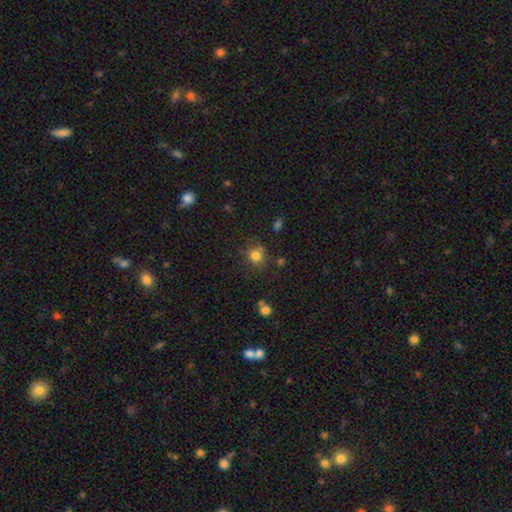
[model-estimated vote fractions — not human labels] smooth_or_featured: smooth (p=0.79) [alt: star or artifact p=0.14]
how_rounded: round (p=0.84) [alt: in between p=0.15]
merging: none (p=0.74) [alt: minor disturbance p=0.14]